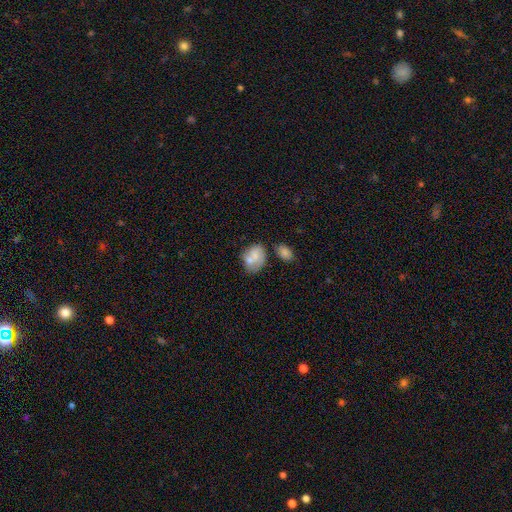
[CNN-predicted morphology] Q: Smooth or featured?
A: smooth (65%); runner-up: featured or disk (28%)
Q: How rounded?
A: in between (64%); runner-up: round (35%)
Q: Merging?
A: none (37%); runner-up: merger (34%)